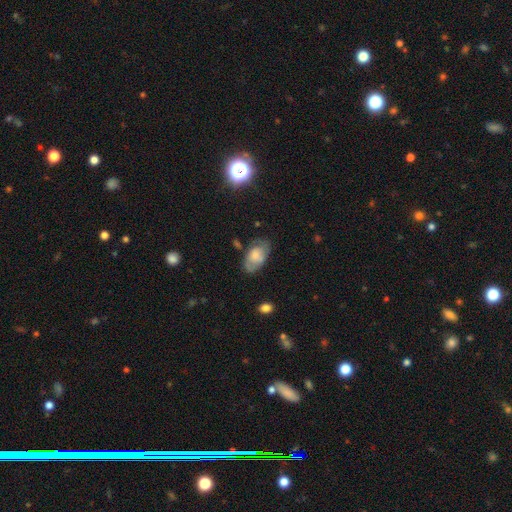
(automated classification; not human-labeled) Smooth or featured? Predicted: smooth (p=0.52). How rounded? Predicted: in between (p=0.92). Merging? Predicted: none (p=0.64).